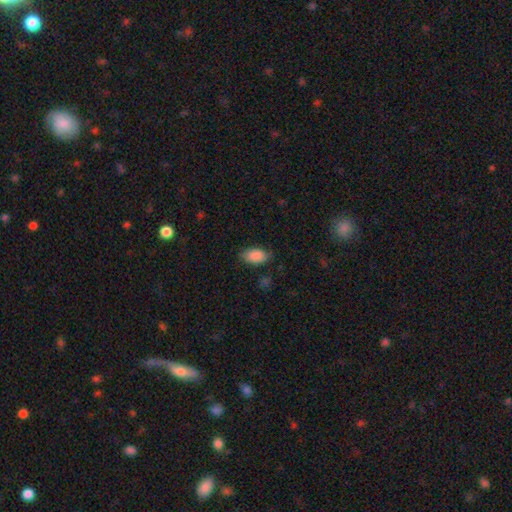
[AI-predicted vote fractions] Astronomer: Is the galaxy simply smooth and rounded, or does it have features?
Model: smooth — 87%.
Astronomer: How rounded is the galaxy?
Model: in between — 92%.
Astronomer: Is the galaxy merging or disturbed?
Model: none — 73%.